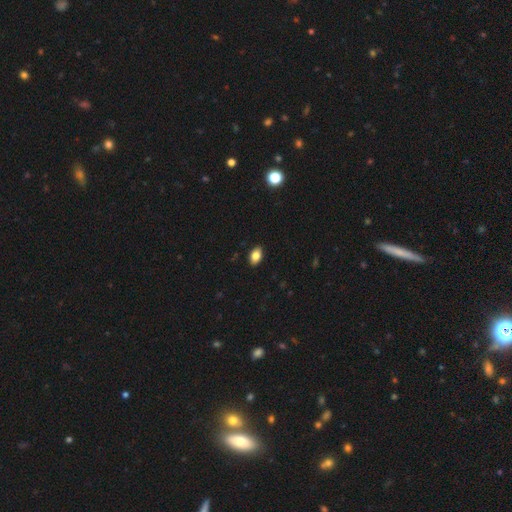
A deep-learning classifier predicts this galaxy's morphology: This appears to be a smooth galaxy with no disk features (82%) that is in between round and cigar-shaped (89%). Merging: none (89%).